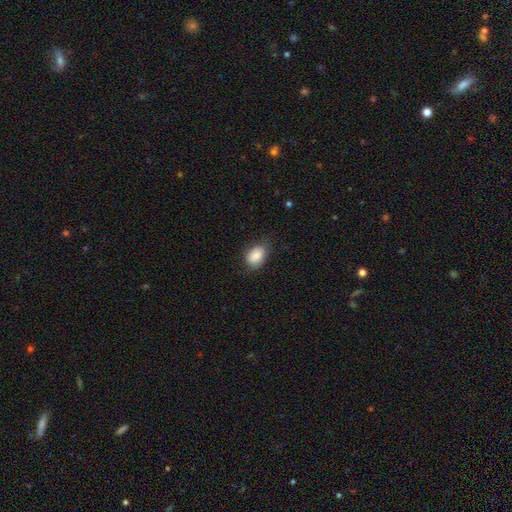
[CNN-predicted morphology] A smooth galaxy with no disk features (87%) that is in between round and cigar-shaped (81%).

Vote fractions:
- Smooth or featured? smooth: 87% / star or artifact: 7% / featured or disk: 6%
- How rounded? in between: 81% / round: 18% / cigar-shaped: 1%
- Merging? none: 71% / minor disturbance: 23% / major disturbance: 5% / merger: 1%